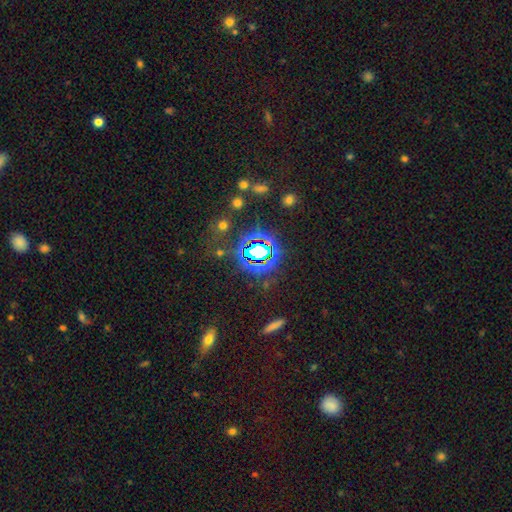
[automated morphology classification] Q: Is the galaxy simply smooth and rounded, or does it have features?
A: star or artifact — 71%.